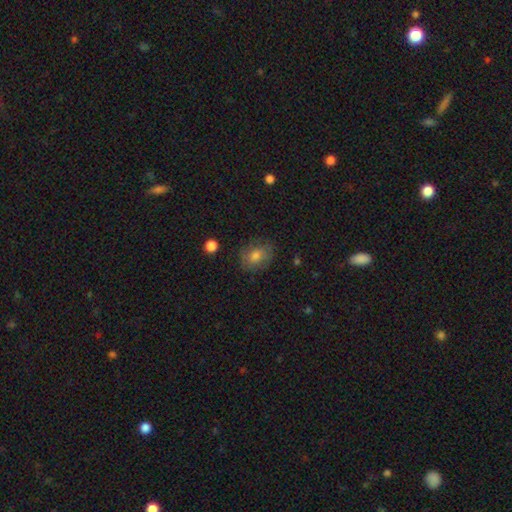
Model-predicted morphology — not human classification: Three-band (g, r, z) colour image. It shows a smooth galaxy with no disk features (71%) that is in between round and cigar-shaped (61%). Merging: none (77%).